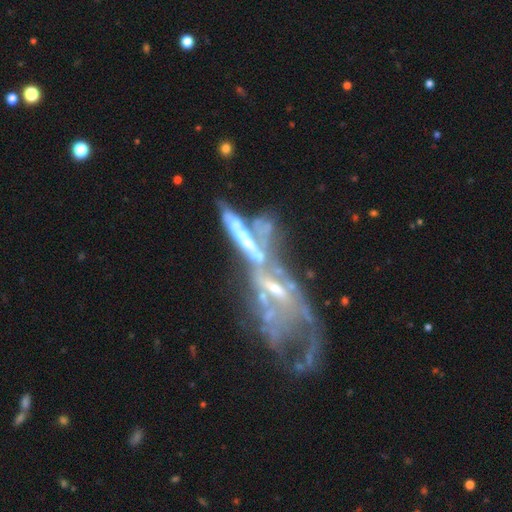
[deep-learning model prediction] A featured or disk galaxy (74%) with no bar (65%), spiral arms (61%) and a small central bulge (62%).

Vote fractions:
- Smooth or featured? featured or disk: 74% / star or artifact: 14% / smooth: 13%
- Edge-on disk? no: 74% / yes: 26%
- Bar? no: 65% / weak: 23% / strong: 12%
- Spiral arms? yes: 61% / no: 39%
- Bulge size? small: 62% / moderate: 19% / none: 14% / large: 3% / dominant: 2%
- Merging? merger: 46% / none: 23% / major disturbance: 19% / minor disturbance: 12%